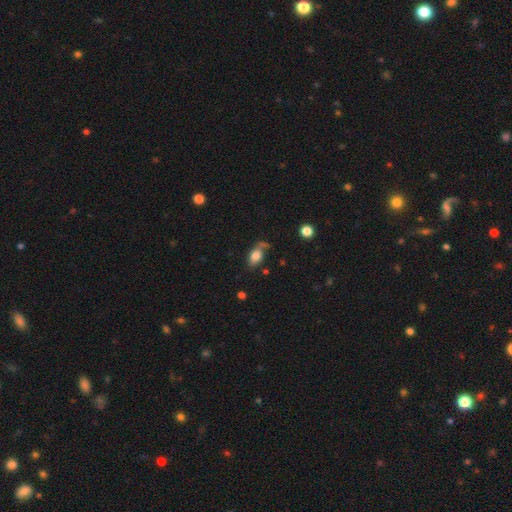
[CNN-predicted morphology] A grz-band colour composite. It shows a smooth galaxy with no disk features (75%) that is in between round and cigar-shaped (86%). Merging: none (50%).